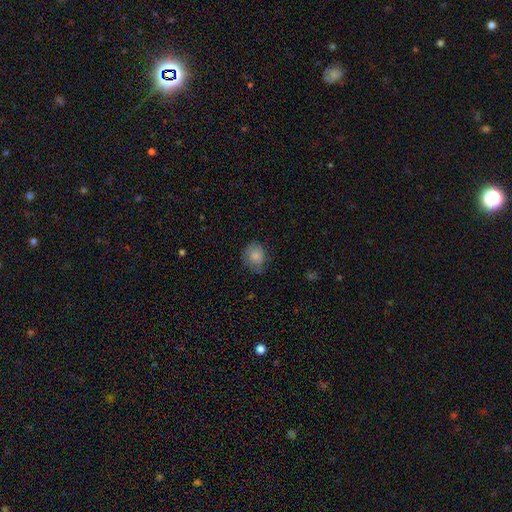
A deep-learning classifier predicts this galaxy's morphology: smooth 79%, featured or disk 13%, star or artifact 8%. Down the decision tree: how rounded — round (63%); merging — none (63%).